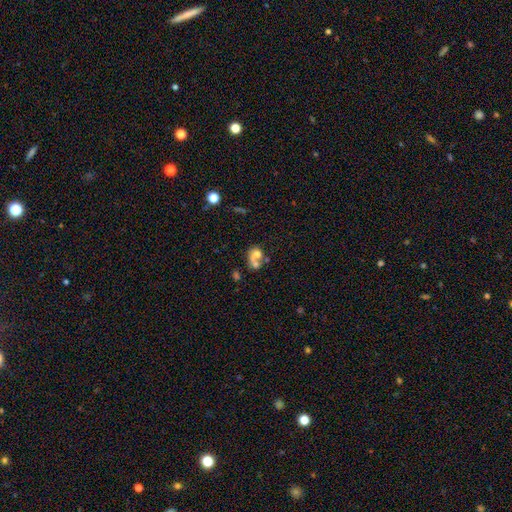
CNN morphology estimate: The model was most divided on "how rounded": in between: 50%, round: 49%, cigar-shaped: 2%. More confident: merging — merger (60%); smooth or featured — smooth (54%).